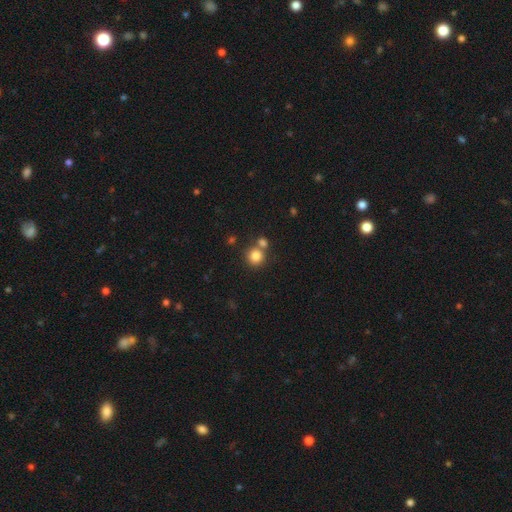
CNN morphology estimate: Smooth or featured? Predicted: smooth (p=0.82). How rounded? Predicted: round (p=0.90). Merging? Predicted: none (p=0.63).